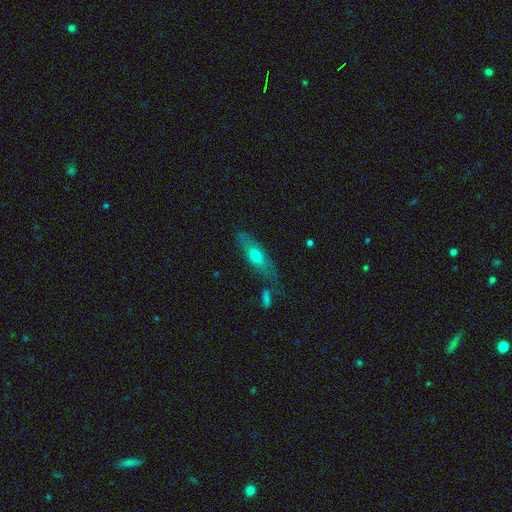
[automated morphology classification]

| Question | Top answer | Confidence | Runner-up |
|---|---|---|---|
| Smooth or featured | smooth | 54% | featured or disk (39%) |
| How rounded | cigar-shaped | 52% | in between (45%) |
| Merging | none | 61% | minor disturbance (21%) |